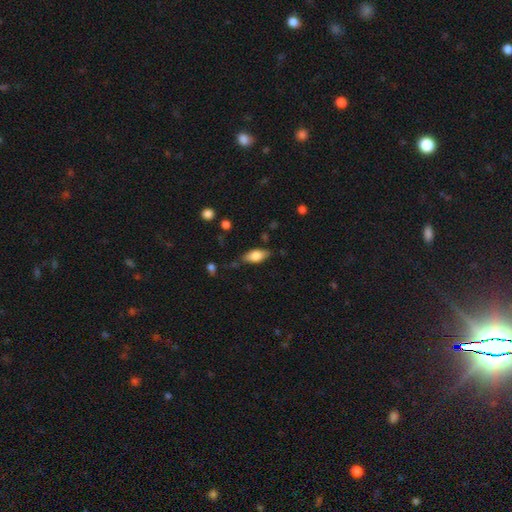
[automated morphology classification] Smooth or featured: smooth — 74% (featured or disk — 19%)
How rounded: in between — 86% (cigar-shaped — 11%)
Merging: none — 74% (minor disturbance — 19%)